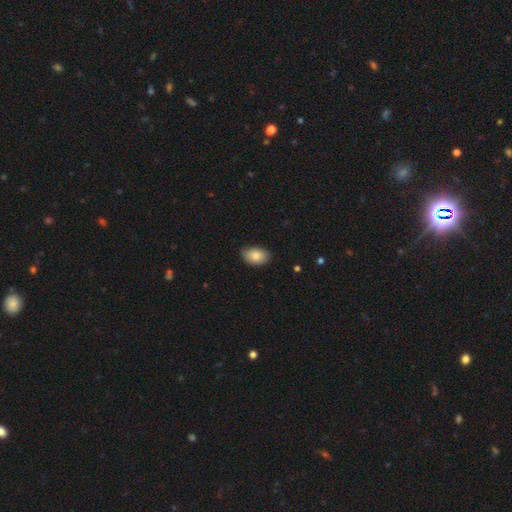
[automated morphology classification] type=smooth (85%); roundness=in between (90%); merging=none (81%).